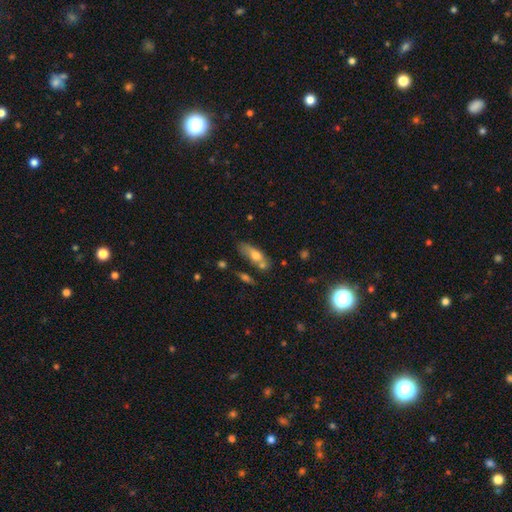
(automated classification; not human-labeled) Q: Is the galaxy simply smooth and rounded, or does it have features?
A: smooth — 63%.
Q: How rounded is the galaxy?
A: in between — 64%.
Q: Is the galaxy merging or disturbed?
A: none — 50%.